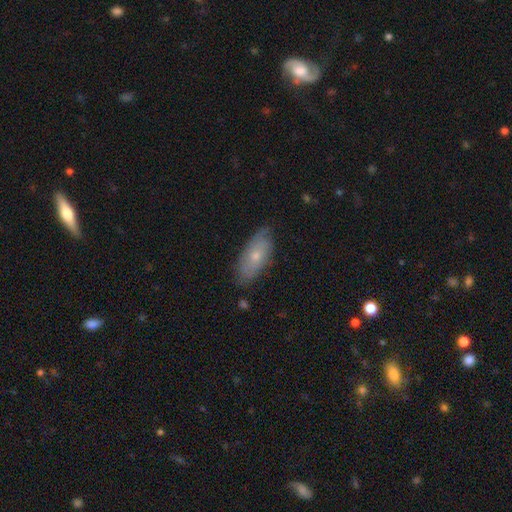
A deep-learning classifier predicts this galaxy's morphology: A smooth galaxy with no disk features (58%) that is in between round and cigar-shaped (81%).

Vote fractions:
- Smooth or featured? smooth: 58% / featured or disk: 36% / star or artifact: 7%
- How rounded? in between: 81% / cigar-shaped: 17% / round: 3%
- Merging? none: 76% / minor disturbance: 20% / major disturbance: 3% / merger: 1%